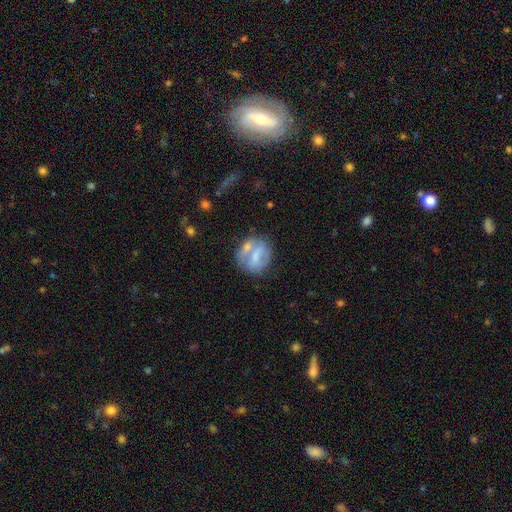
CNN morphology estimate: Q: Smooth or featured?
A: smooth (49%); runner-up: featured or disk (44%)
Q: Merging?
A: none (48%); runner-up: merger (25%)